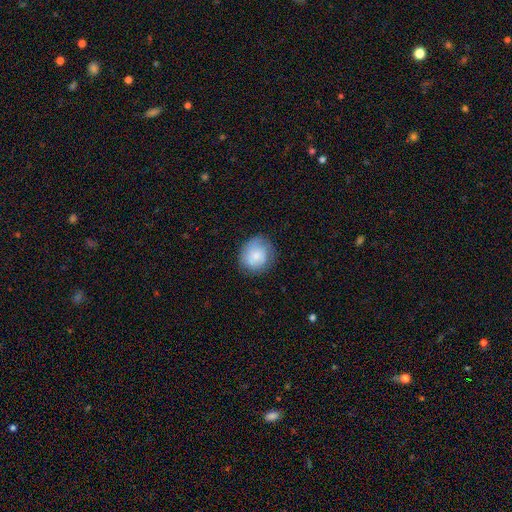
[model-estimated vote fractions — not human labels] smooth_or_featured: smooth (p=0.76) [alt: featured or disk p=0.17]
how_rounded: round (p=0.83) [alt: in between p=0.16]
merging: none (p=0.77) [alt: minor disturbance p=0.17]